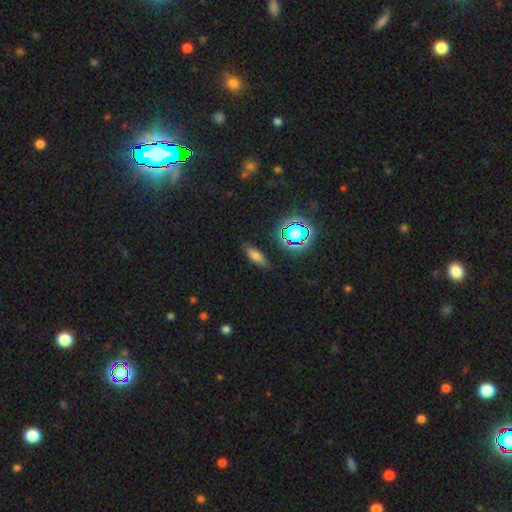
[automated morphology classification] Smooth or featured? smooth (64%)
How rounded? in between (58%)
Merging? none (82%)